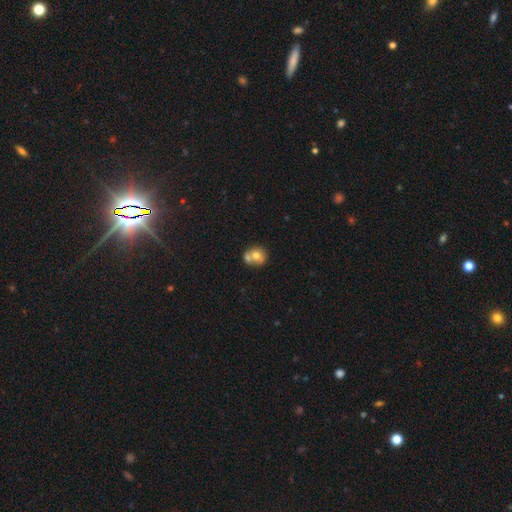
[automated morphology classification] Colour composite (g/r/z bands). It shows a smooth galaxy with no disk features (69%) that is round (76%). Merging: merger (49%).